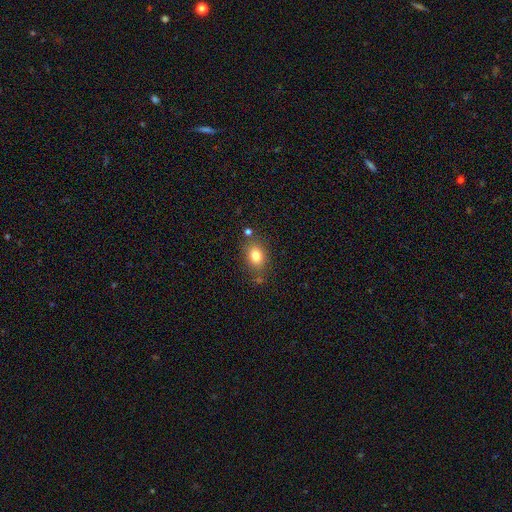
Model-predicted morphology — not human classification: type=smooth (81%); roundness=in between (68%); merging=none (75%).